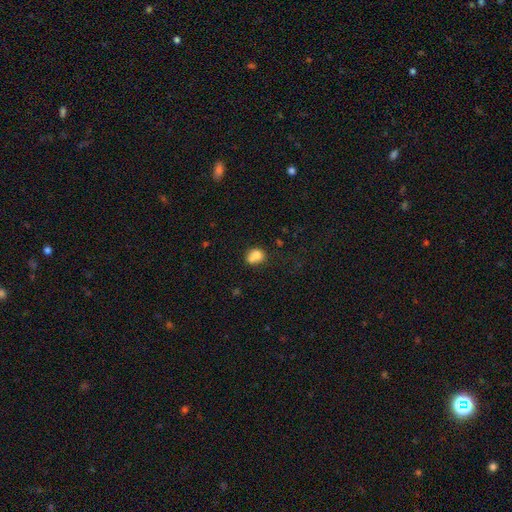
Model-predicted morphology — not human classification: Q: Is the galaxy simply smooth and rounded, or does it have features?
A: smooth — 76%.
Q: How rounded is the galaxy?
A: round — 64%.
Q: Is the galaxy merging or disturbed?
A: merger — 42%.